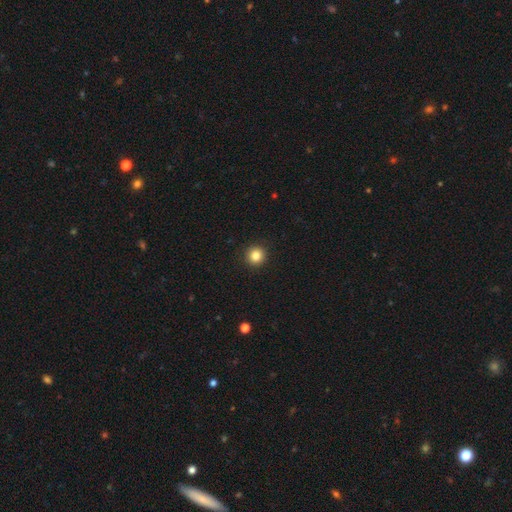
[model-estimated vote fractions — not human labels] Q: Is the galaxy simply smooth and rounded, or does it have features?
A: smooth — 84%.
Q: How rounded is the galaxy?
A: round — 95%.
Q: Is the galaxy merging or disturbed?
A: none — 93%.